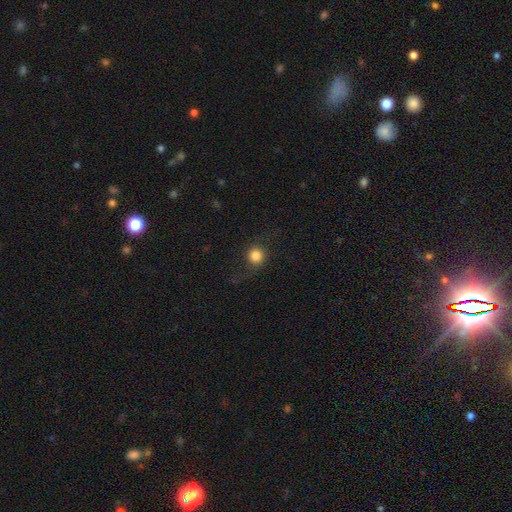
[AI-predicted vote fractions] This is likely a smooth galaxy (75%). How rounded: clearly round (87%). Merging: likely none (68%).